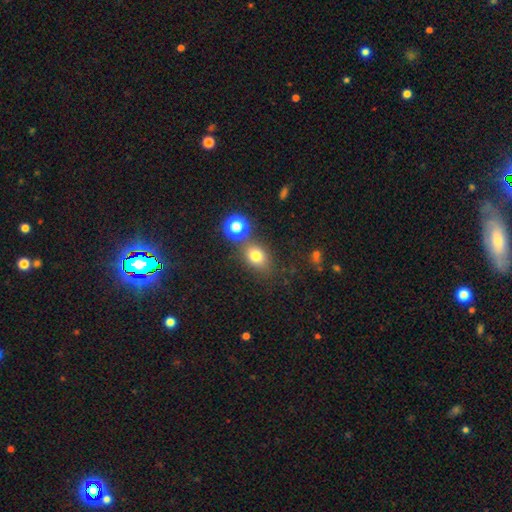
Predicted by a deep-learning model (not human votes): A smooth galaxy with no disk features (75%) that is in between round and cigar-shaped (58%). Merging: none (65%).